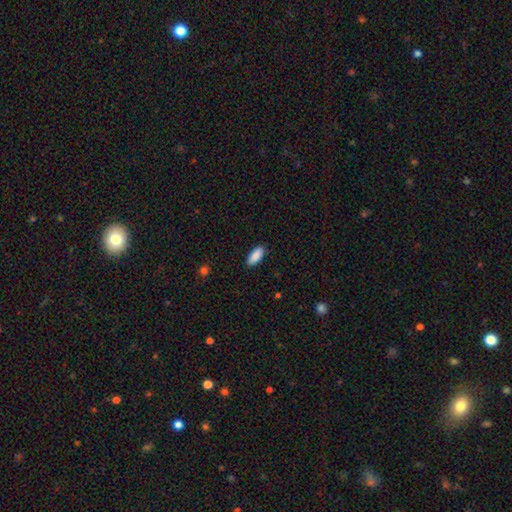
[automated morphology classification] A smooth galaxy with no disk features (90%) that is in between round and cigar-shaped (79%). Merging: none (88%).